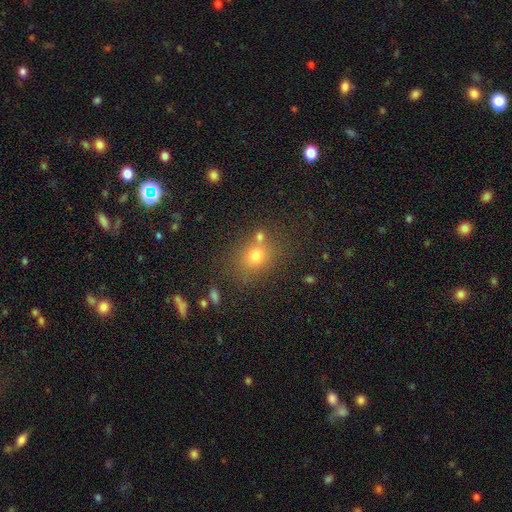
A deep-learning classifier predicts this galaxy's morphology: This is likely a smooth galaxy (72%). How rounded: likely round (61%). Merging: likely none (68%).